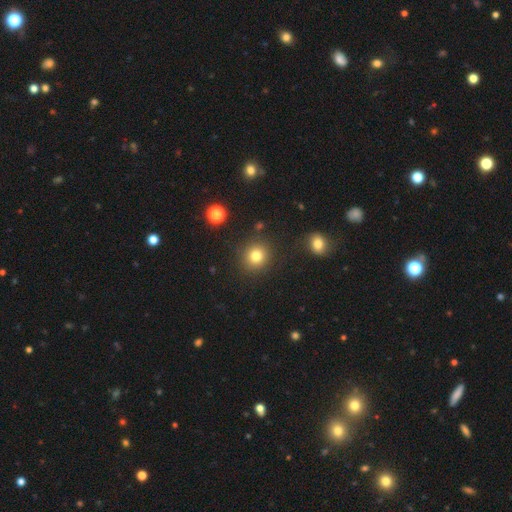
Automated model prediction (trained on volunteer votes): Smooth or featured? Predicted: smooth (p=0.81). How rounded? Predicted: round (p=0.89). Merging? Predicted: none (p=0.88).